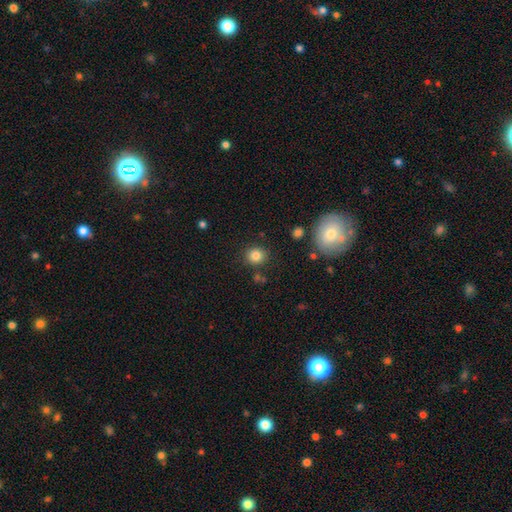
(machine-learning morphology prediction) Overall: smooth (83%). How rounded: round (83%). Merging: none (85%).